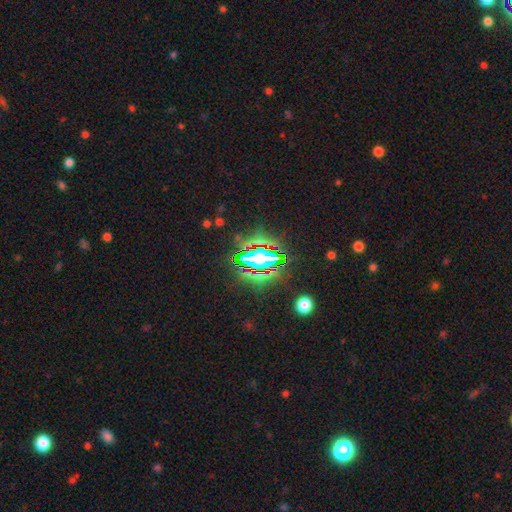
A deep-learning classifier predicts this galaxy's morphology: smooth_or_featured: star or artifact (p=0.82) [alt: smooth p=0.10]